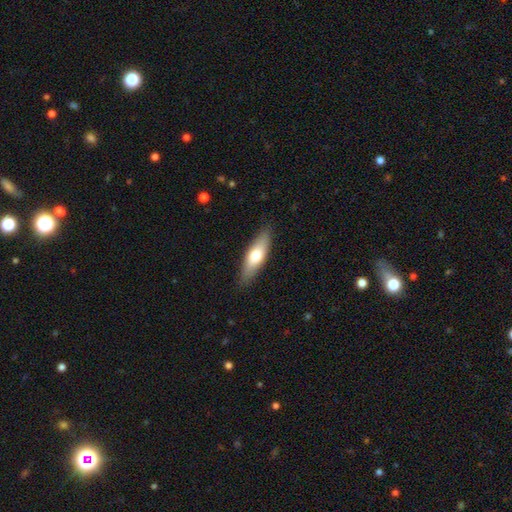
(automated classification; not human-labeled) smooth-or-featured: smooth: 64% | featured or disk: 30% | star or artifact: 6%
  how-rounded: in between: 50% | cigar-shaped: 48% | round: 2%
  merging: none: 86% | minor disturbance: 11% | major disturbance: 2% | merger: 1%